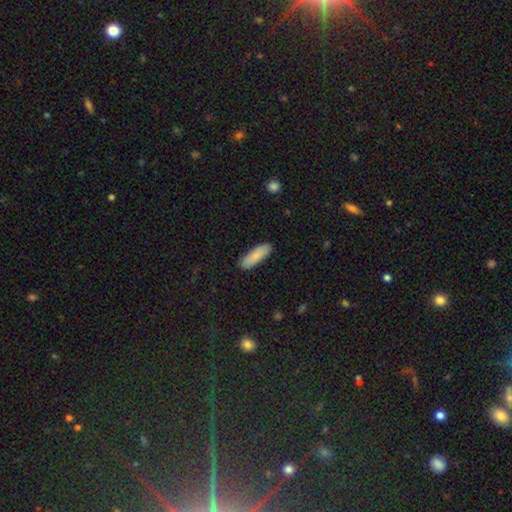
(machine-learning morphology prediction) Smooth or featured? smooth (86%)
How rounded? in between (54%)
Merging? none (90%)